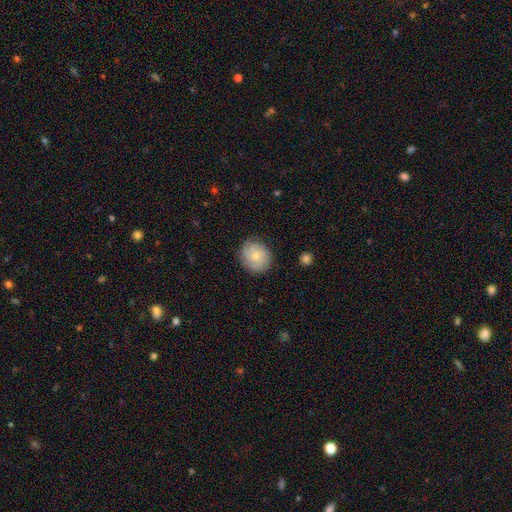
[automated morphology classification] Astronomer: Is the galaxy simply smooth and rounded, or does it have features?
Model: featured or disk — 49% (runner-up: smooth, 43%).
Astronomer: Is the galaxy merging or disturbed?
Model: none — 82%.